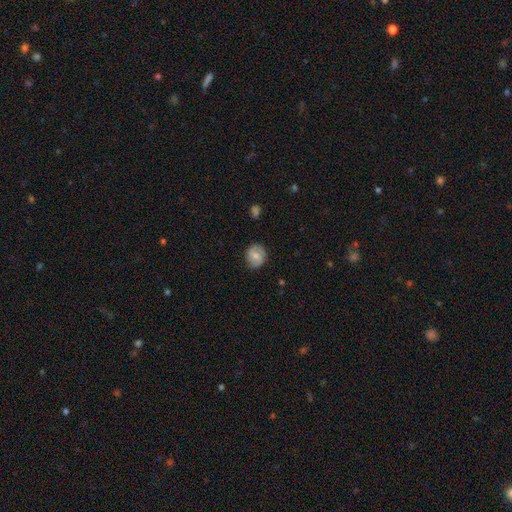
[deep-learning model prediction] Smooth or featured: smooth — 60% (featured or disk — 33%)
How rounded: round — 70% (in between — 29%)
Merging: none — 78% (minor disturbance — 17%)